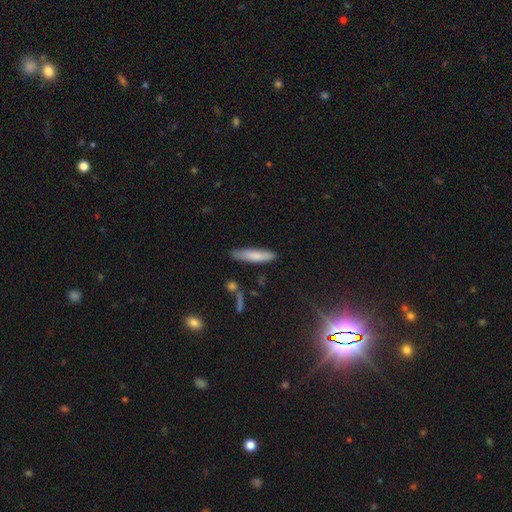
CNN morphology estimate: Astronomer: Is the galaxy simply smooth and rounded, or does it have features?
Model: smooth — 77%.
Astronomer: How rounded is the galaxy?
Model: cigar-shaped — 82%.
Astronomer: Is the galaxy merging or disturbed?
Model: none — 80%.